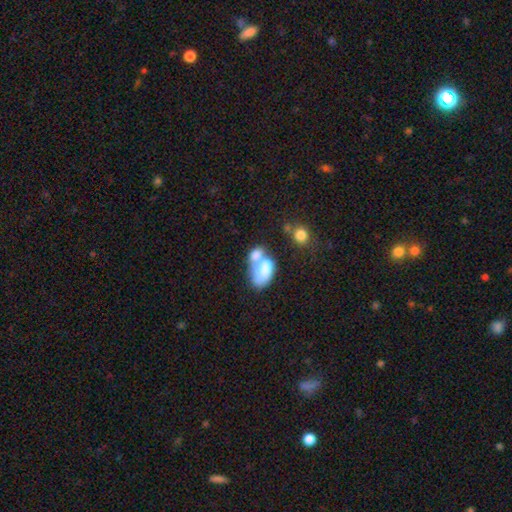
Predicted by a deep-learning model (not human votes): smooth_or_featured: smooth (p=0.66) [alt: featured or disk p=0.25]
how_rounded: in between (p=0.87) [alt: round p=0.11]
merging: merger (p=0.63) [alt: none p=0.15]